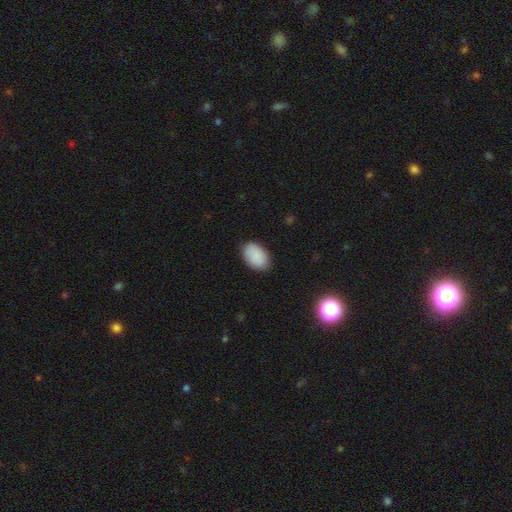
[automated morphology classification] smooth-or-featured: smooth: 90% | star or artifact: 6% | featured or disk: 4%
  how-rounded: in between: 91% | round: 8% | cigar-shaped: 1%
  merging: none: 87% | minor disturbance: 10% | major disturbance: 2% | merger: 1%